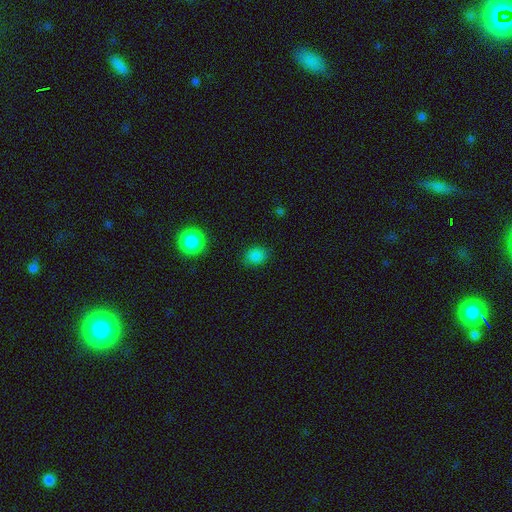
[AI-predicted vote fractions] smooth_or_featured: smooth (p=0.83) [alt: star or artifact p=0.13]
how_rounded: round (p=0.58) [alt: in between p=0.41]
merging: none (p=0.83) [alt: minor disturbance p=0.13]